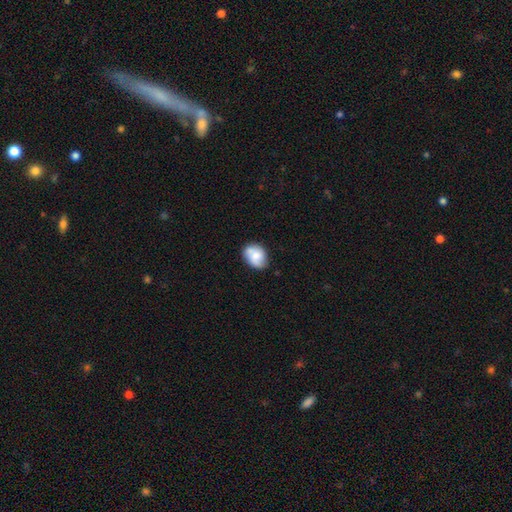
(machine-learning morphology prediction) This is likely a smooth galaxy (66%). How rounded: likely in between (64%). Merging: likely none (66%).